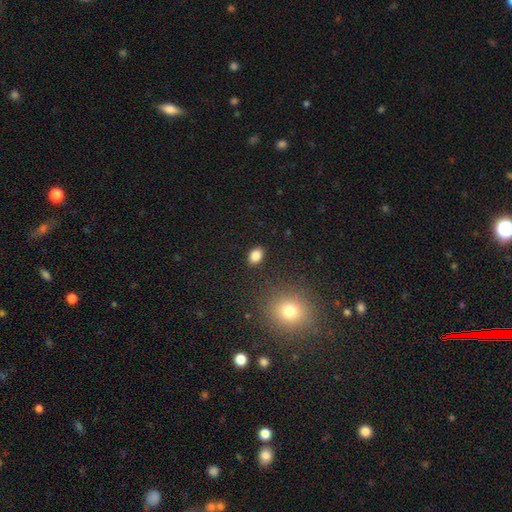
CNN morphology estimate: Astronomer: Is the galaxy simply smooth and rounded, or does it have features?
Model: smooth — 84%.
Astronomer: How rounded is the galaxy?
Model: in between — 79%.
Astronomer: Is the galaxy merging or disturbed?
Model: none — 87%.